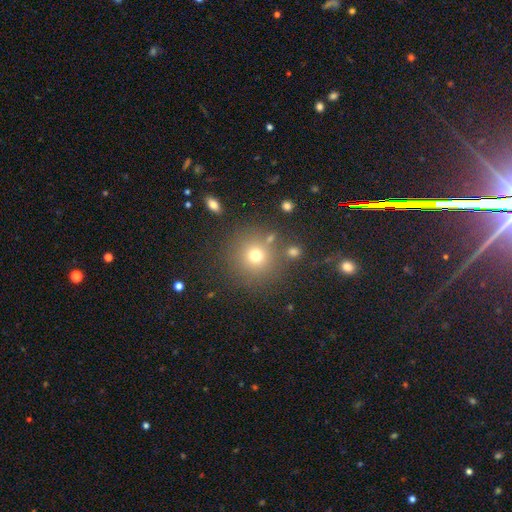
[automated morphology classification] Smooth or featured?
  - smooth: 72% *
  - star or artifact: 18%
  - featured or disk: 10%
How rounded?
  - round: 93% *
  - in between: 6%
  - cigar-shaped: 1%
Merging?
  - none: 81% *
  - minor disturbance: 9%
  - merger: 6%
  - major disturbance: 4%